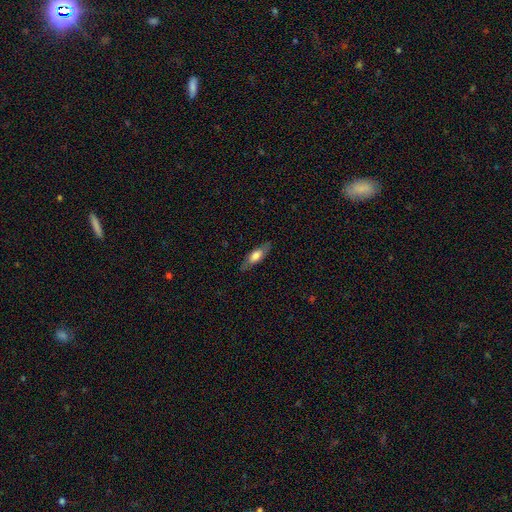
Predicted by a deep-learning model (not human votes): Morphology: type=smooth (60%); roundness=in between (58%); merging=none (81%).